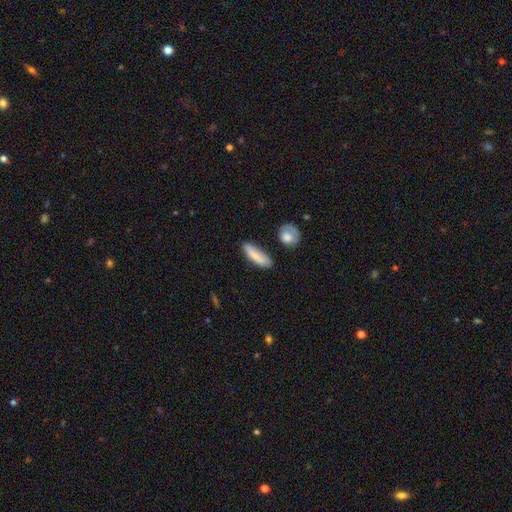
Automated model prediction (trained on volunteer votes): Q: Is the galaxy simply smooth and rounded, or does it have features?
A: smooth — 78%.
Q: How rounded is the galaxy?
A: cigar-shaped — 56%.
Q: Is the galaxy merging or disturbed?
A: none — 73%.